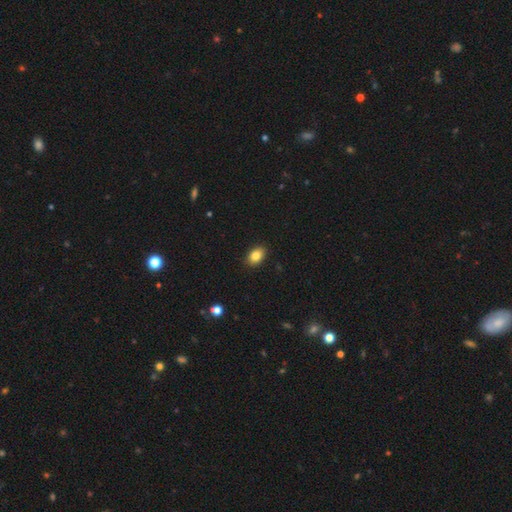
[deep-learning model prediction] The model was most divided on "how rounded": in between: 82%, round: 17%, cigar-shaped: 1%. More confident: merging — none (89%); smooth or featured — smooth (85%).